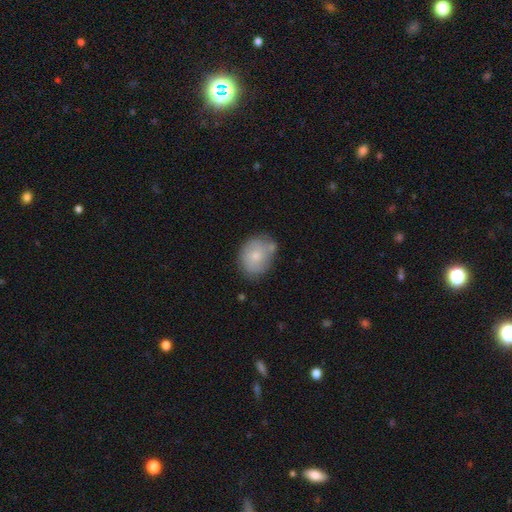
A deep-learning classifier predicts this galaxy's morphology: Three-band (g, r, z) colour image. It shows a smooth galaxy with no disk features (69%) that is round (50%). Merging: none (61%).